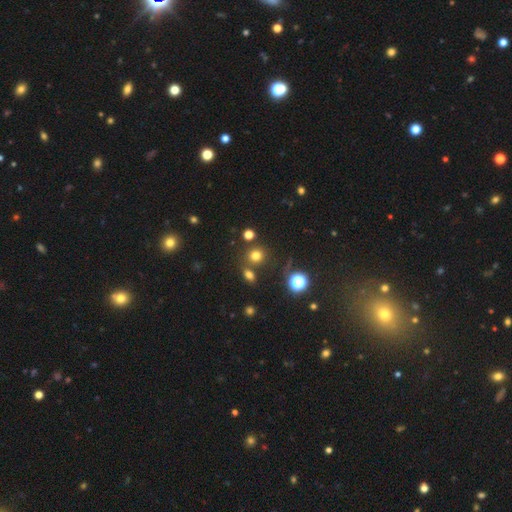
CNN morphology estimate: A smooth galaxy with no disk features (72%) that is round (85%). Merging: none (74%).